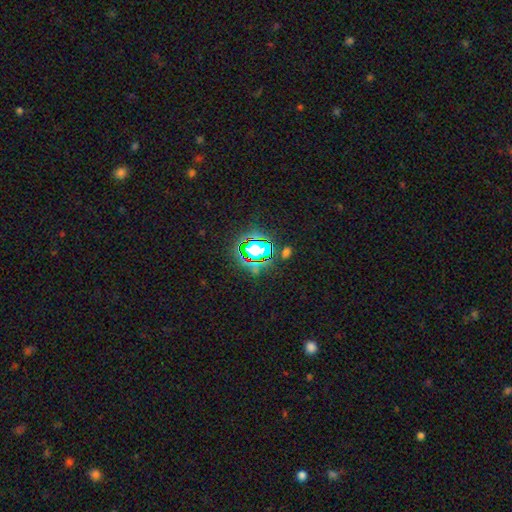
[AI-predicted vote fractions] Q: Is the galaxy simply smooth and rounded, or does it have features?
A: star or artifact — 77%.